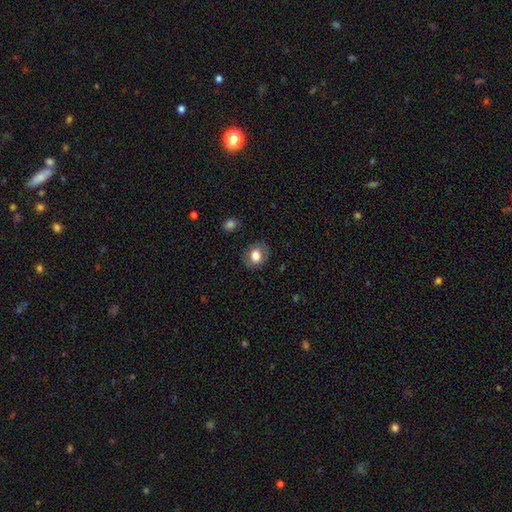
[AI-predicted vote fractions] A smooth galaxy with no disk features (75%) that is round (53%).

Vote fractions:
- Smooth or featured? smooth: 75% / featured or disk: 16% / star or artifact: 9%
- How rounded? round: 53% / in between: 46% / cigar-shaped: 1%
- Merging? none: 82% / minor disturbance: 13% / major disturbance: 4% / merger: 1%